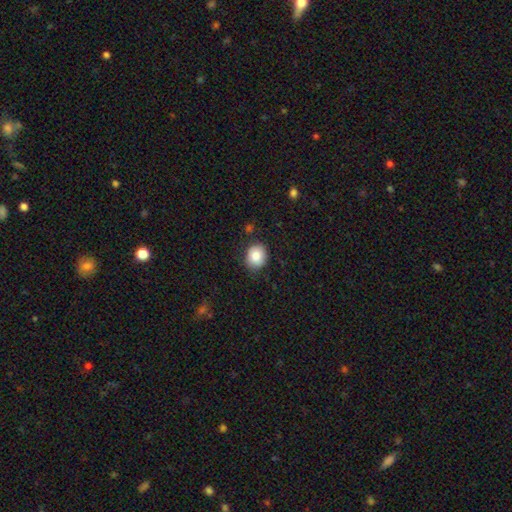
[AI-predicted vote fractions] smooth-or-featured: smooth: 85% | star or artifact: 8% | featured or disk: 7%
  how-rounded: round: 65% | in between: 34% | cigar-shaped: 1%
  merging: none: 81% | minor disturbance: 14% | major disturbance: 3% | merger: 2%